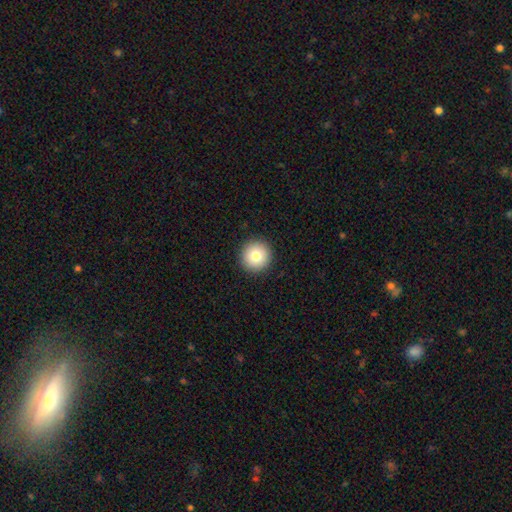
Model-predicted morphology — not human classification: Q: Smooth or featured?
A: smooth (79%); runner-up: featured or disk (11%)
Q: How rounded?
A: round (96%); runner-up: in between (3%)
Q: Merging?
A: none (93%); runner-up: minor disturbance (5%)